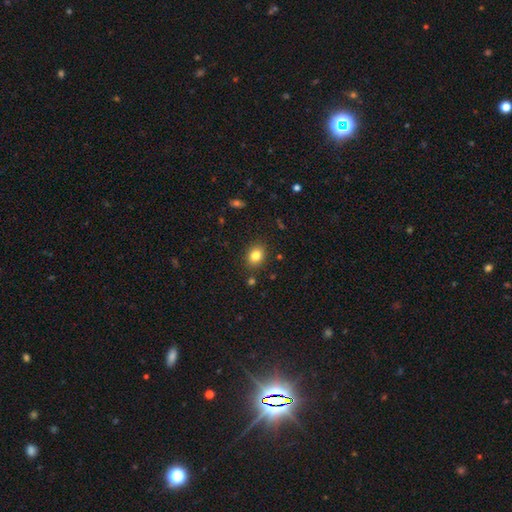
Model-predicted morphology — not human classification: Overall: smooth (82%). How rounded: in between (57%; round 43%). Merging: none (86%).